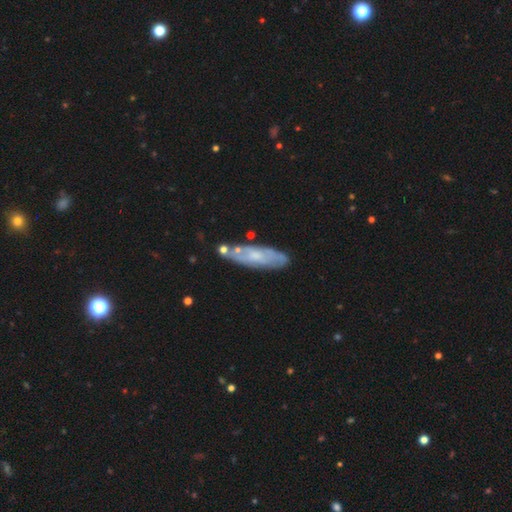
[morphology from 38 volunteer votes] This appears to be a smooth galaxy with no disk features (55%) that is cigar-shaped (52%). Merging: none (69%).